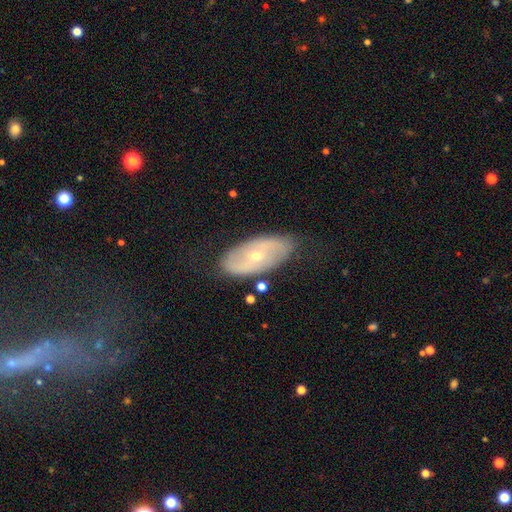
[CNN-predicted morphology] Q: Smooth or featured?
A: featured or disk (63%); runner-up: smooth (30%)
Q: Edge-on disk?
A: no (88%); runner-up: yes (12%)
Q: Bar?
A: no (67%); runner-up: weak (22%)
Q: Spiral arms?
A: yes (52%); runner-up: no (48%)
Q: Bulge size?
A: small (63%); runner-up: moderate (35%)
Q: Merging?
A: none (74%); runner-up: minor disturbance (18%)